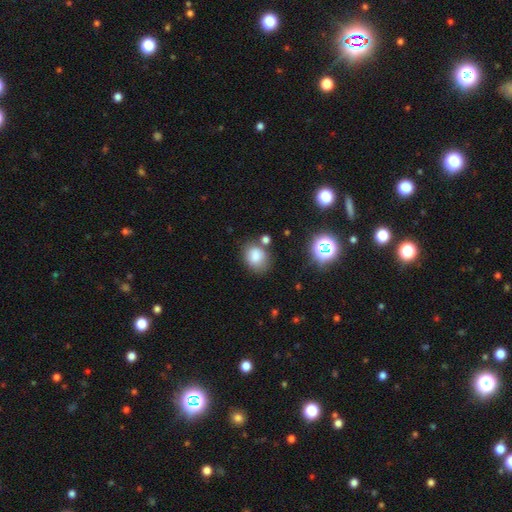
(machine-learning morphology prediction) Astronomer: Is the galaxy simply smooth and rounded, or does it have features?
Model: smooth — 80%.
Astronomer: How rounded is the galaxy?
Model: round — 52% (runner-up: in between, 47%).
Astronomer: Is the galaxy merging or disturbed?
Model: none — 66%.